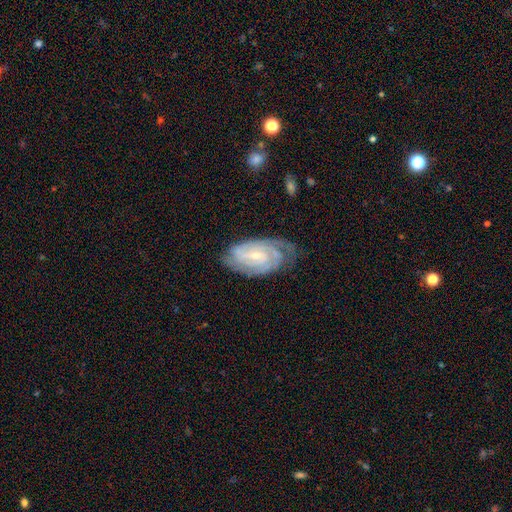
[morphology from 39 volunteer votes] Overall: featured or disk (85%). Edge-on disk: no (100%). Bar: weak (52%; strong 30%). Spiral arms: yes (100%). Spiral arm count: 2 (64%). Spiral winding: tight (85%). Bulge size: small (58%; moderate 42%). Merging: none (74%).